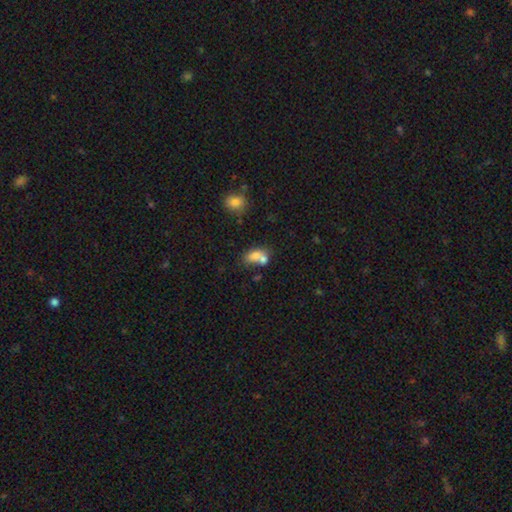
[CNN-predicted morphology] Q: Smooth or featured?
A: smooth (72%); runner-up: featured or disk (16%)
Q: How rounded?
A: in between (76%); runner-up: round (21%)
Q: Merging?
A: merger (53%); runner-up: none (29%)